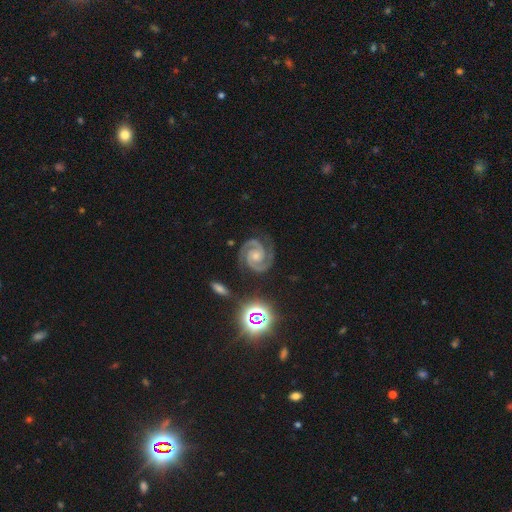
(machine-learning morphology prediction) A featured or disk galaxy (92%) with no bar (68%), 2 (93%) tight (61%) spiral arms (99%) and a small central bulge (57%). Merging: none (82%).